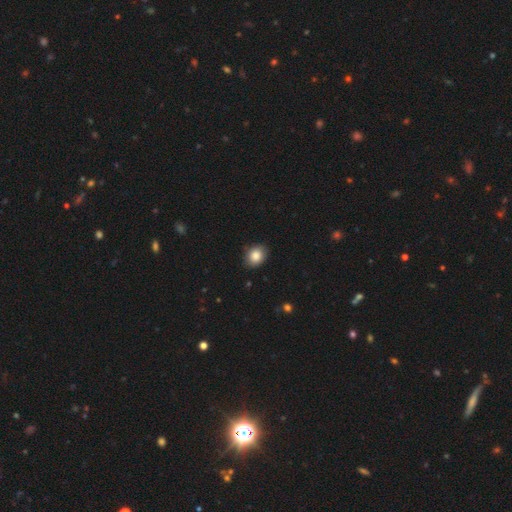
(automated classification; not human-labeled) Q: Smooth or featured?
A: smooth (85%); runner-up: star or artifact (8%)
Q: How rounded?
A: in between (55%); runner-up: round (44%)
Q: Merging?
A: none (85%); runner-up: minor disturbance (12%)